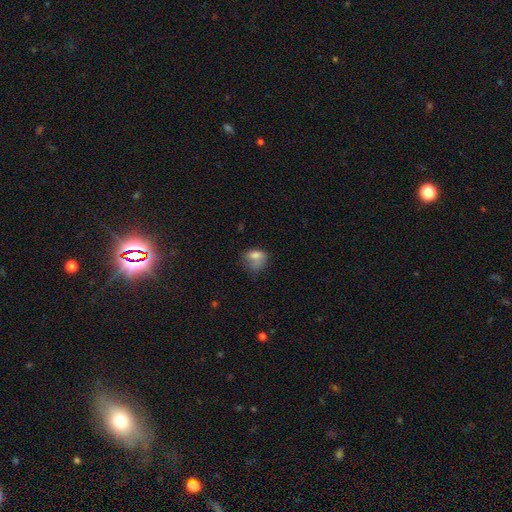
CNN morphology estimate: The model was most divided on "merging": none: 31%, minor disturbance: 29%, major disturbance: 29%, merger: 11%. More confident: smooth or featured — smooth (72%); how rounded — in between (67%).